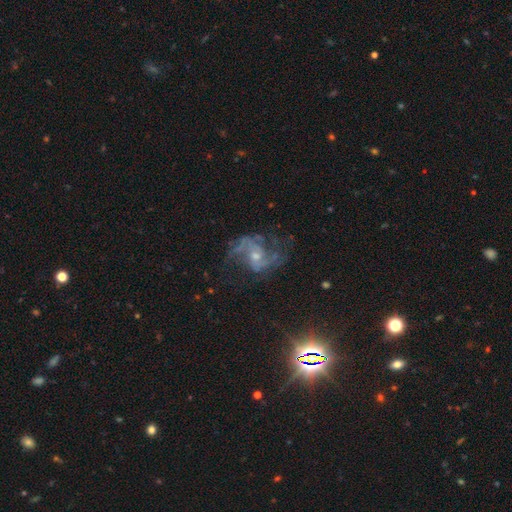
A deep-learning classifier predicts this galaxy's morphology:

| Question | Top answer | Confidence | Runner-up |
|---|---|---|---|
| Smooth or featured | featured or disk | 79% | star or artifact (14%) |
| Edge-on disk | no | 97% | yes (3%) |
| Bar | no | 60% | weak (31%) |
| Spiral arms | yes | 93% | no (7%) |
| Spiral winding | medium | 44% | loose (43%) |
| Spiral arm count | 2 | 73% | can't tell (11%) |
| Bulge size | small | 55% | moderate (38%) |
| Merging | none | 61% | major disturbance (19%) |